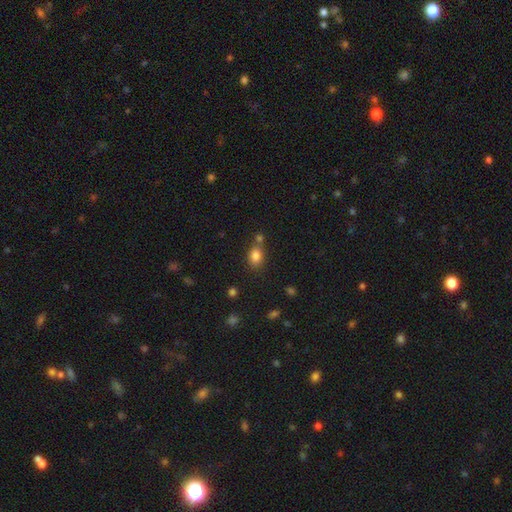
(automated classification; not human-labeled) A smooth galaxy with no disk features (82%) that is in between round and cigar-shaped (65%). Merging: none (61%).